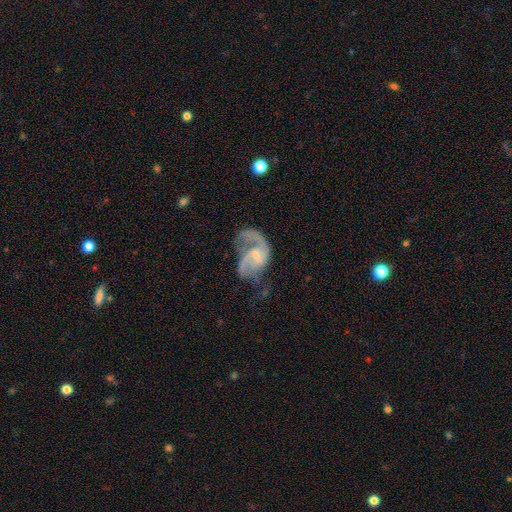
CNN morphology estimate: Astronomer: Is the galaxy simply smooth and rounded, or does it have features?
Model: featured or disk — 82%.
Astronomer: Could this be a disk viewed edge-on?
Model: no — 98%.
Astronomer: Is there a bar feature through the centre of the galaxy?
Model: no — 53% (runner-up: weak, 39%).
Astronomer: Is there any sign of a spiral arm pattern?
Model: yes — 89%.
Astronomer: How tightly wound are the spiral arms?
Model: medium — 45% (runner-up: loose, 40%).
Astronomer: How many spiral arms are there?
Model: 2 — 61%.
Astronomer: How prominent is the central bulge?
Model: small — 62%.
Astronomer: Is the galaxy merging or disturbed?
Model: major disturbance — 42% (runner-up: none, 31%).